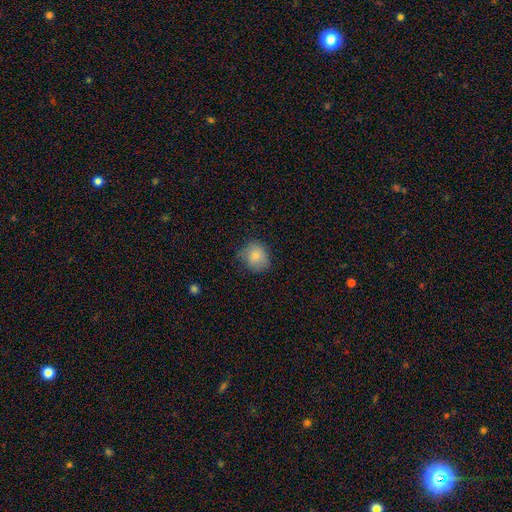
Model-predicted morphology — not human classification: Smooth or featured? smooth (82%)
How rounded? round (78%)
Merging? none (72%)